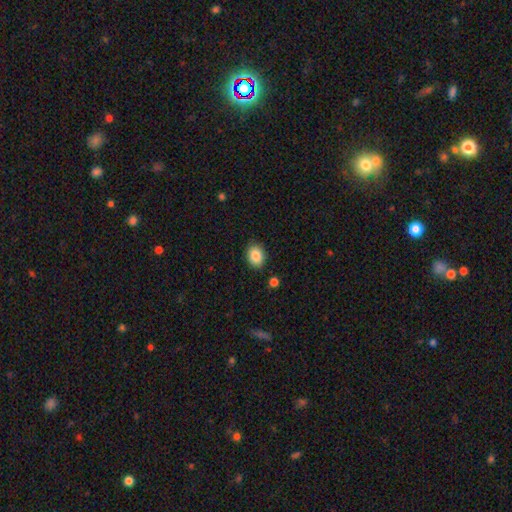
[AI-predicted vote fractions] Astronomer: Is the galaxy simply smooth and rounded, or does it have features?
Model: smooth — 85%.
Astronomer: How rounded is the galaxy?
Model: in between — 66%.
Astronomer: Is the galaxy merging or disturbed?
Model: none — 88%.